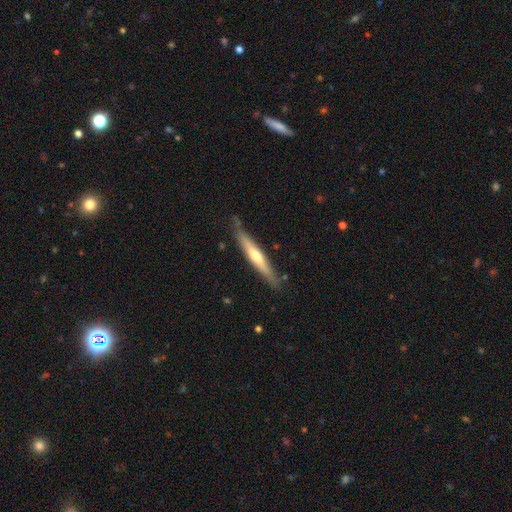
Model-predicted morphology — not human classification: This appears to be a featured or disk galaxy (56%) viewed edge-on (95%) with a rounded central bulge (71%). Merging: none (82%).